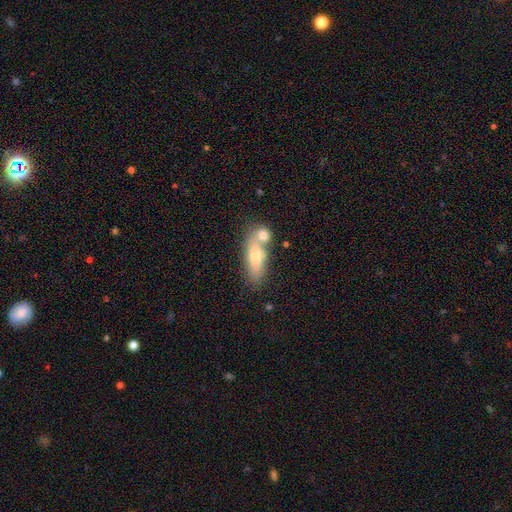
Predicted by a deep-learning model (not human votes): Morphology: type=smooth (66%); roundness=in between (60%); merging=none (47%).